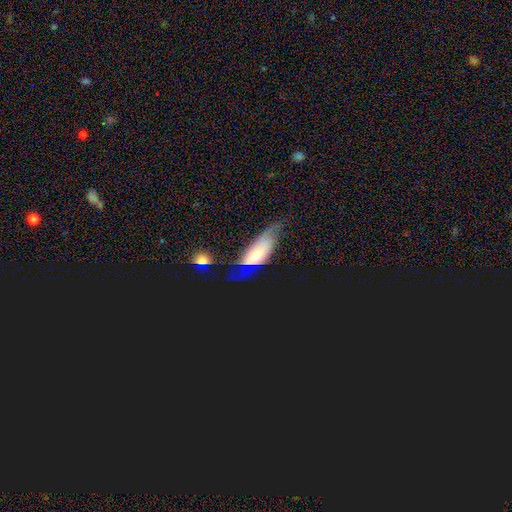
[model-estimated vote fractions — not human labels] This appears to be a featured or disk galaxy (41%). Merging: none (39%).